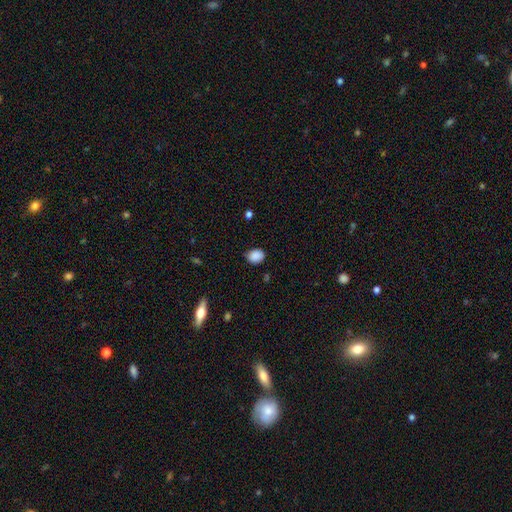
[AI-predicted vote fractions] smooth-or-featured: smooth: 88% | star or artifact: 8% | featured or disk: 4%
  how-rounded: in between: 52% | round: 47% | cigar-shaped: 1%
  merging: none: 79% | minor disturbance: 16% | major disturbance: 3% | merger: 1%